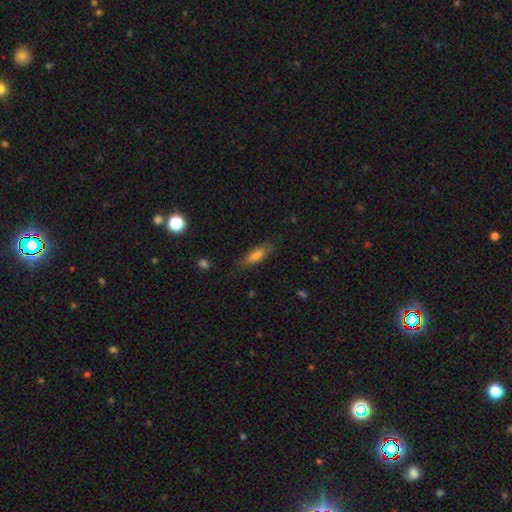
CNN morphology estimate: type=smooth (67%); roundness=cigar-shaped (51%); merging=none (73%).